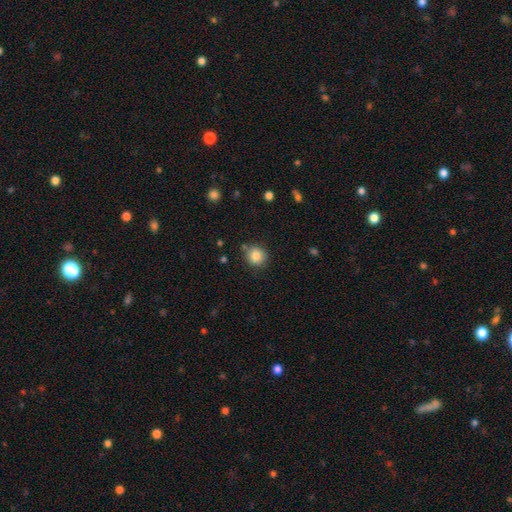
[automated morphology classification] Q: Smooth or featured?
A: smooth (85%); runner-up: star or artifact (10%)
Q: How rounded?
A: round (89%); runner-up: in between (10%)
Q: Merging?
A: none (82%); runner-up: minor disturbance (11%)